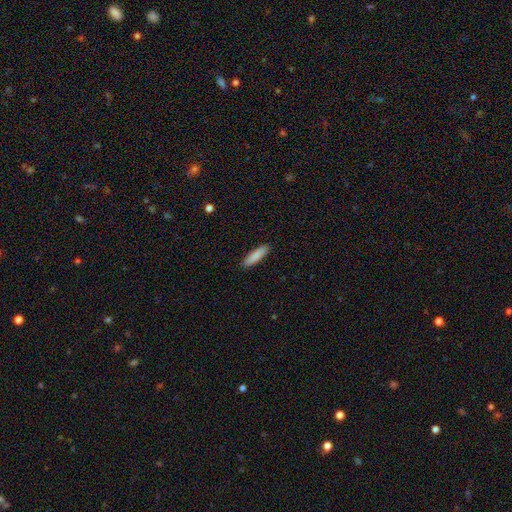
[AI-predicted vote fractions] Smooth or featured: smooth — 87% (featured or disk — 7%)
How rounded: cigar-shaped — 71% (in between — 28%)
Merging: none — 91% (minor disturbance — 7%)